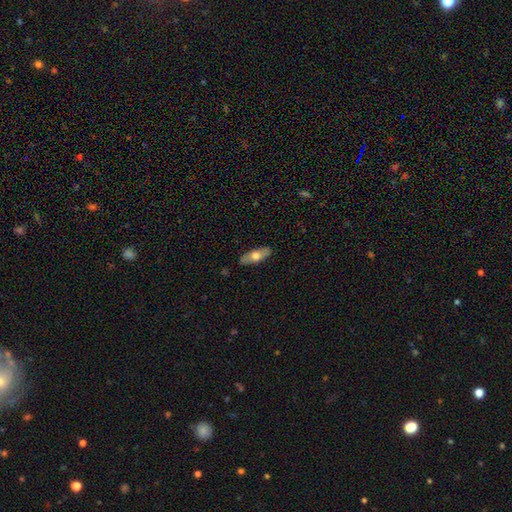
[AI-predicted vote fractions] A smooth galaxy with no disk features (60%) that is in between round and cigar-shaped (66%). Merging: none (87%).